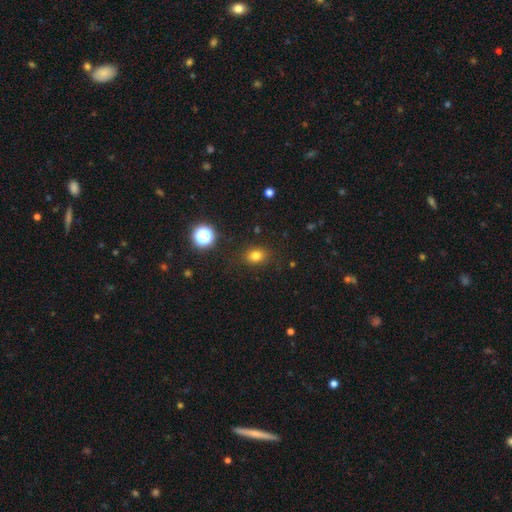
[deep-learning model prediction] This appears to be a smooth galaxy with no disk features (78%) that is in between round and cigar-shaped (53%). Merging: none (85%).